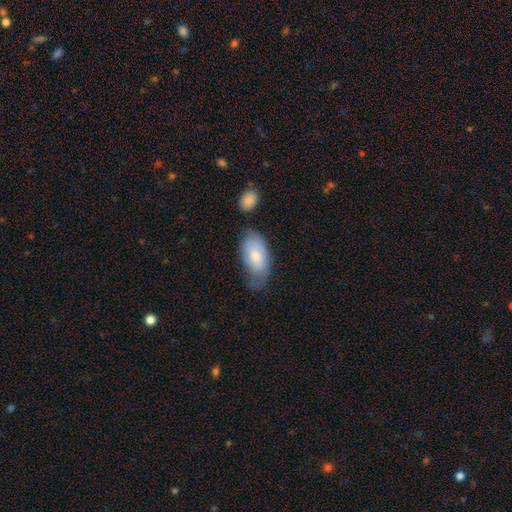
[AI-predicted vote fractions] Smooth or featured?
  - smooth: 72% *
  - featured or disk: 22%
  - star or artifact: 6%
How rounded?
  - in between: 93% *
  - cigar-shaped: 3%
  - round: 3%
Merging?
  - none: 47% *
  - minor disturbance: 34%
  - major disturbance: 13%
  - merger: 6%